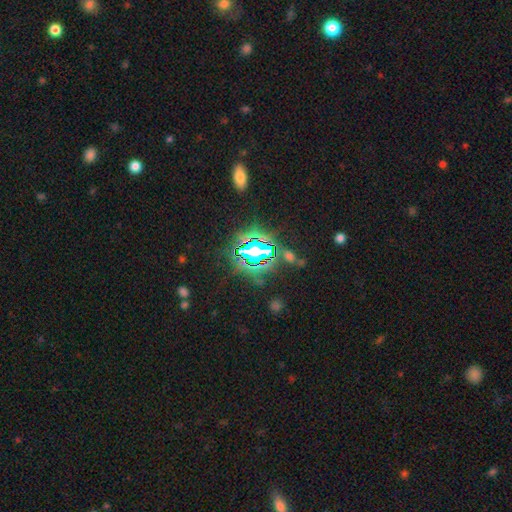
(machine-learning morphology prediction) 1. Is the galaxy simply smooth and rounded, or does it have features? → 81% star or artifact, 12% smooth, 7% featured or disk.